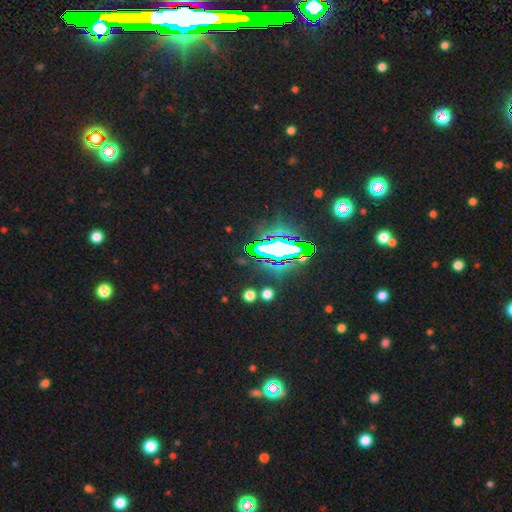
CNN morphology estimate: smooth-or-featured: star or artifact: 82% | smooth: 10% | featured or disk: 8%